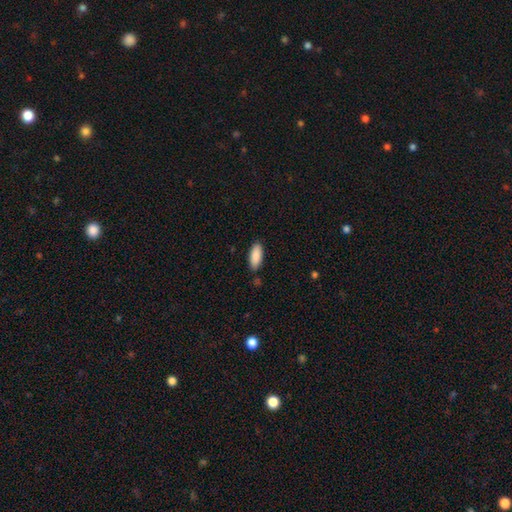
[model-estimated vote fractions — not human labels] This appears to be a smooth galaxy with no disk features (89%) that is in between round and cigar-shaped (81%). Merging: none (83%).